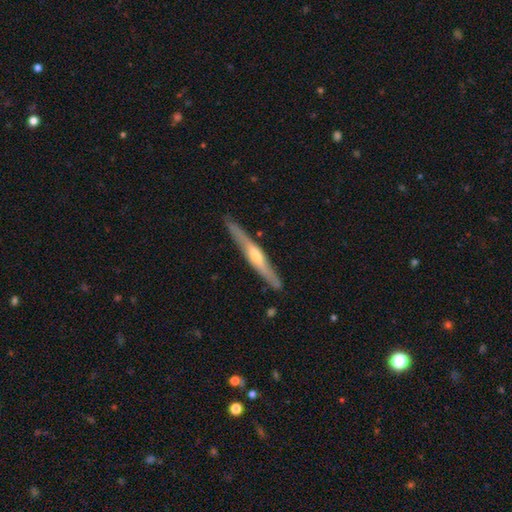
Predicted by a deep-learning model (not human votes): Overall: featured or disk (66%; smooth 29%). Edge-on disk: yes (94%). Edge-on bulge: rounded (75%). Merging: none (86%).